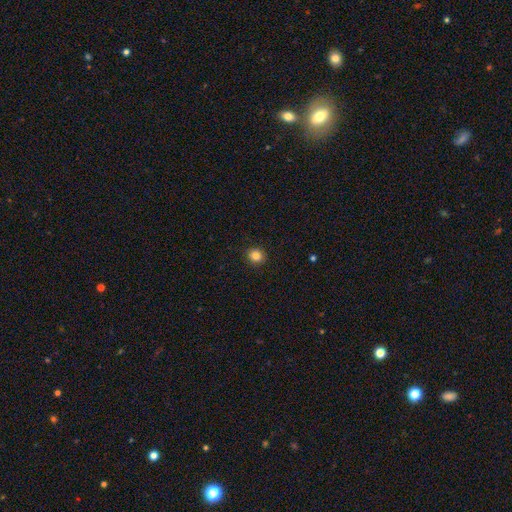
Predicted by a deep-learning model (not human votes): A smooth galaxy with no disk features (85%) that is round (82%).

Vote fractions:
- Smooth or featured? smooth: 85% / star or artifact: 11% / featured or disk: 5%
- How rounded? round: 82% / in between: 17% / cigar-shaped: 1%
- Merging? none: 91% / minor disturbance: 6% / major disturbance: 2% / merger: 1%